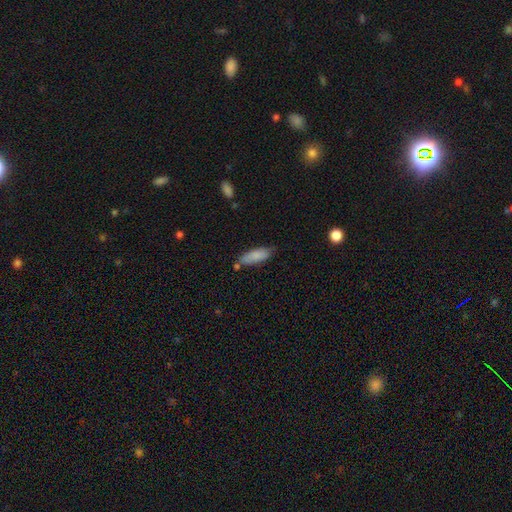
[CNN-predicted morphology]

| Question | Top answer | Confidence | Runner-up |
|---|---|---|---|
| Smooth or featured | smooth | 83% | featured or disk (11%) |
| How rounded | in between | 66% | cigar-shaped (32%) |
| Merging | none | 68% | minor disturbance (21%) |